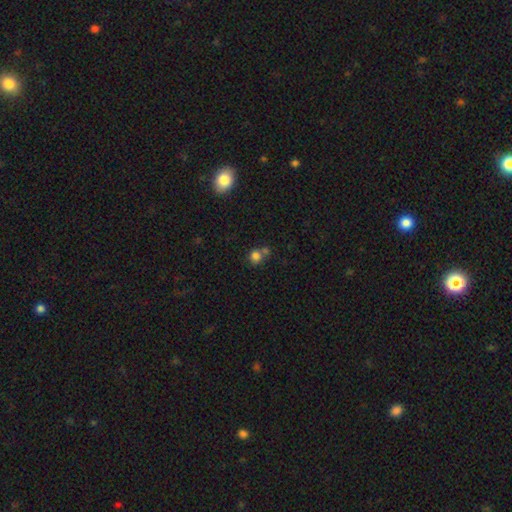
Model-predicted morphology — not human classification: This appears to be a smooth galaxy with no disk features (80%) that is round (83%). Merging: none (51%).